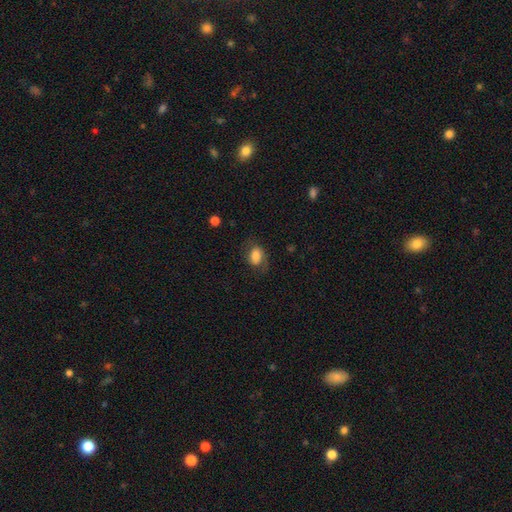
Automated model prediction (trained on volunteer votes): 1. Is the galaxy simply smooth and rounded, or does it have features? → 71% smooth, 21% featured or disk, 9% star or artifact.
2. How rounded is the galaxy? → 72% in between, 27% round, 1% cigar-shaped.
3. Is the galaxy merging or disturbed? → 63% none, 22% minor disturbance, 14% major disturbance, 1% merger.